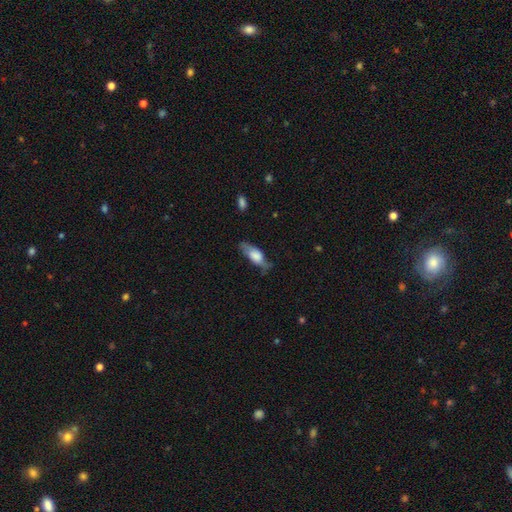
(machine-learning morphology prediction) This appears to be a smooth galaxy with no disk features (56%) that is in between round and cigar-shaped (69%). Merging: none (59%).